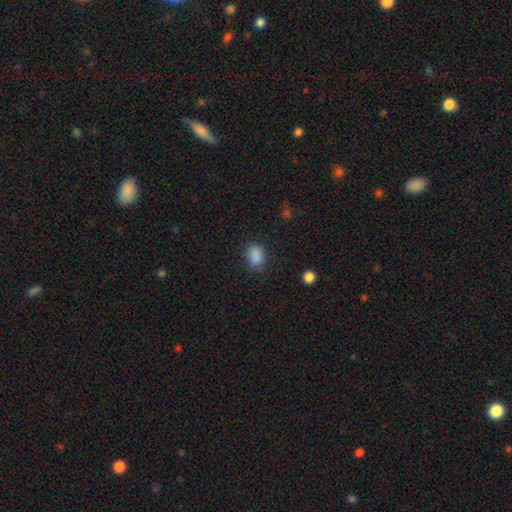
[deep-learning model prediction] A smooth galaxy with no disk features (86%) that is in between round and cigar-shaped (67%). Merging: none (79%).